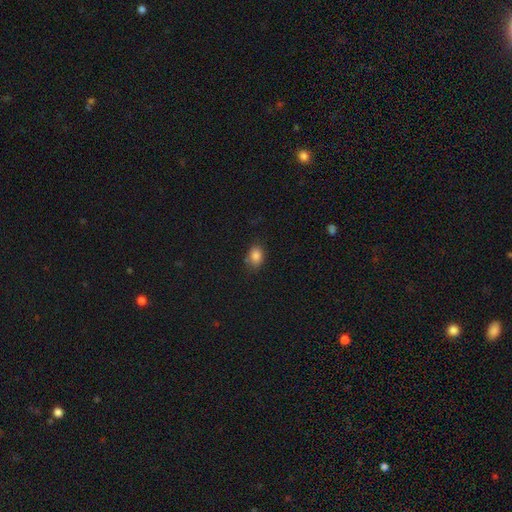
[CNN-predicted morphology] The model was most divided on "how rounded": in between: 68%, round: 31%, cigar-shaped: 1%. More confident: smooth or featured — smooth (84%); merging — none (73%).